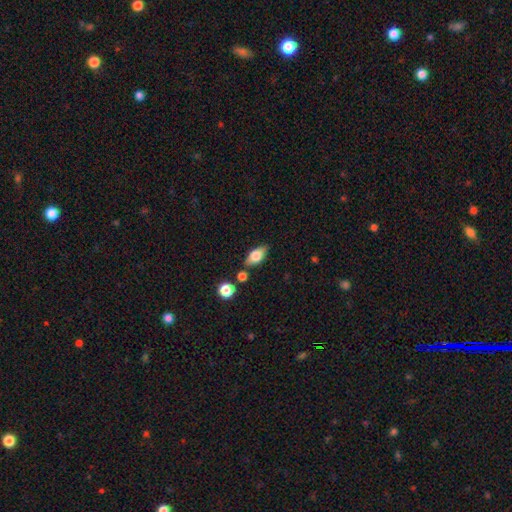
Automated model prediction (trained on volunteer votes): Q: Smooth or featured?
A: smooth (71%); runner-up: featured or disk (21%)
Q: How rounded?
A: in between (85%); runner-up: cigar-shaped (9%)
Q: Merging?
A: none (76%); runner-up: minor disturbance (14%)